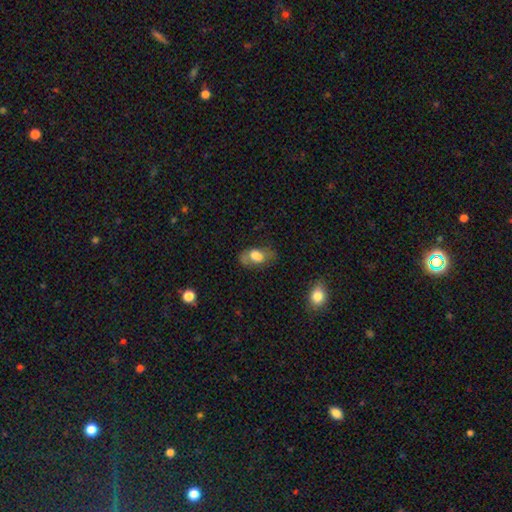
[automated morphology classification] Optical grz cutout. It shows a smooth galaxy with no disk features (62%) that is in between round and cigar-shaped (85%). Merging: none (47%).